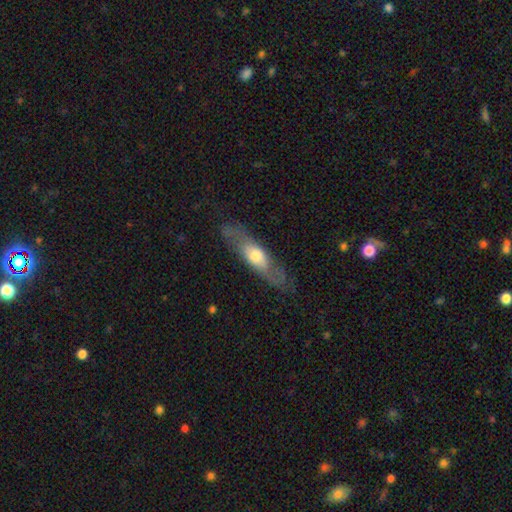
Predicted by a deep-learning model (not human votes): Smooth or featured? Predicted: featured or disk (p=0.52). Edge-on disk? Predicted: yes (p=0.51). Merging? Predicted: none (p=0.73).